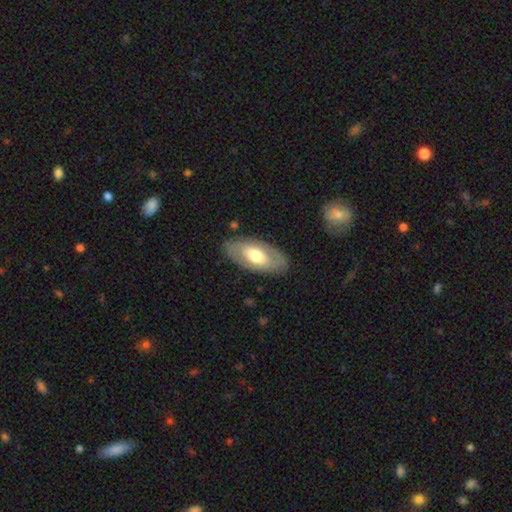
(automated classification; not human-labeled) This is possibly a featured or disk galaxy (52%). It is clearly not viewed edge-on (86%). Merging: clearly none (83%).